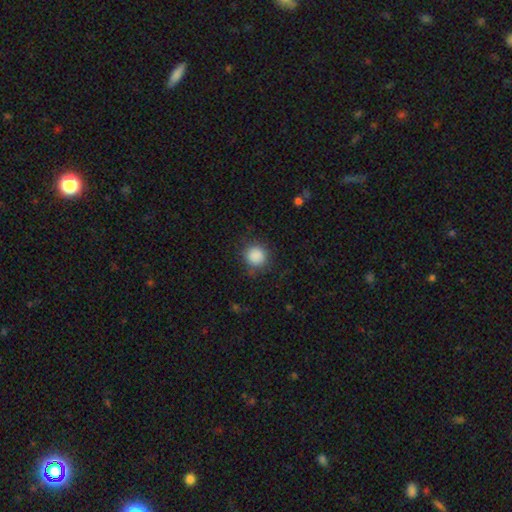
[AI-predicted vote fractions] This is clearly a smooth galaxy (88%). How rounded: clearly round (91%). Merging: clearly none (83%).